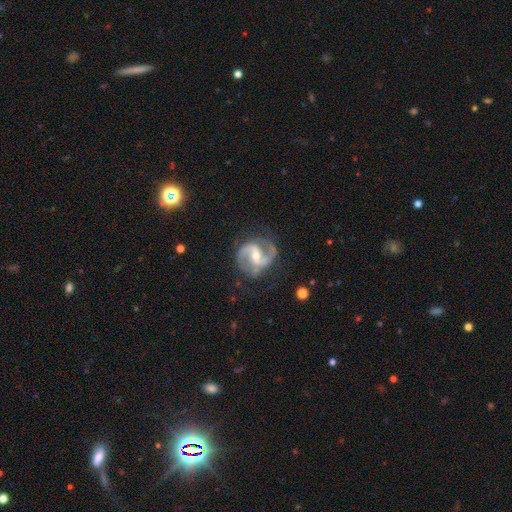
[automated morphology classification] A featured or disk galaxy (92%) with a weak bar (48%), 2 (93%) medium (59%) spiral arms (98%) and a moderate central bulge (52%).

Vote fractions:
- Smooth or featured? featured or disk: 92% / smooth: 4% / star or artifact: 4%
- Edge-on disk? no: 98% / yes: 2%
- Bar? weak: 48% / strong: 30% / no: 22%
- Spiral arms? yes: 98% / no: 2%
- Spiral winding? medium: 59% / loose: 27% / tight: 14%
- Spiral arm count? 2: 93% / can't tell: 2% / 3: 2% / 1: 2% / 4: 1% / more than 4: 1%
- Bulge size? moderate: 52% / small: 44% / large: 2% / none: 2% / dominant: 1%
- Merging? none: 75% / minor disturbance: 16% / major disturbance: 7% / merger: 2%